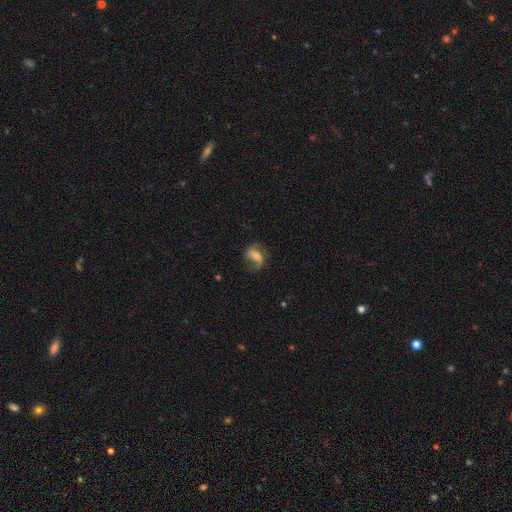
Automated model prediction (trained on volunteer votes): This appears to be a featured or disk galaxy (59%) with no bar (39%), spiral arms (82%) and a moderate central bulge (43%, tied with small). Merging: none (52%).